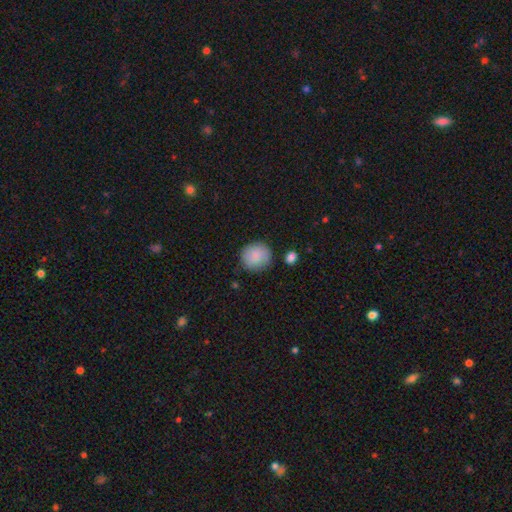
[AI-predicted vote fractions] A smooth galaxy with no disk features (87%) that is round (88%).

Vote fractions:
- Smooth or featured? smooth: 87% / star or artifact: 7% / featured or disk: 6%
- How rounded? round: 88% / in between: 11% / cigar-shaped: 1%
- Merging? none: 81% / minor disturbance: 13% / major disturbance: 4% / merger: 3%